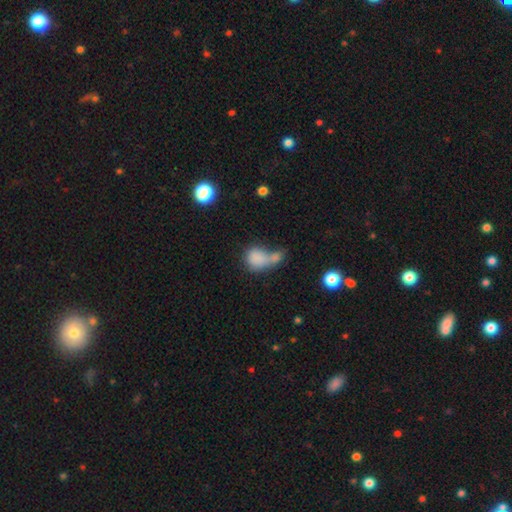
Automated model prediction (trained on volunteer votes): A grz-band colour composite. It shows a smooth galaxy with no disk features (77%) that is round (57%). Merging: merger (44%).